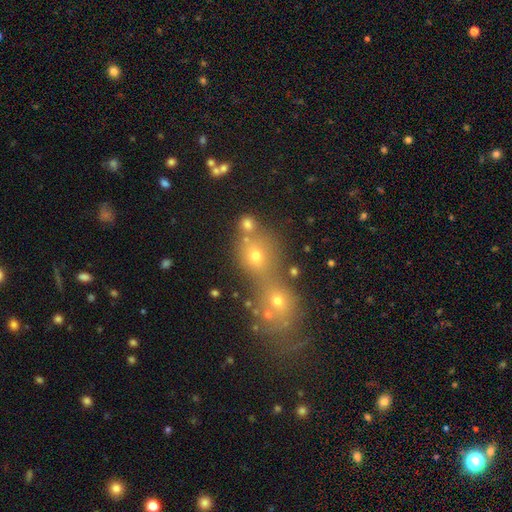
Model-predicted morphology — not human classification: The model was most divided on "merging": merger: 55%, none: 33%, minor disturbance: 7%, major disturbance: 5%. More confident: how rounded — round (68%); smooth or featured — smooth (60%).